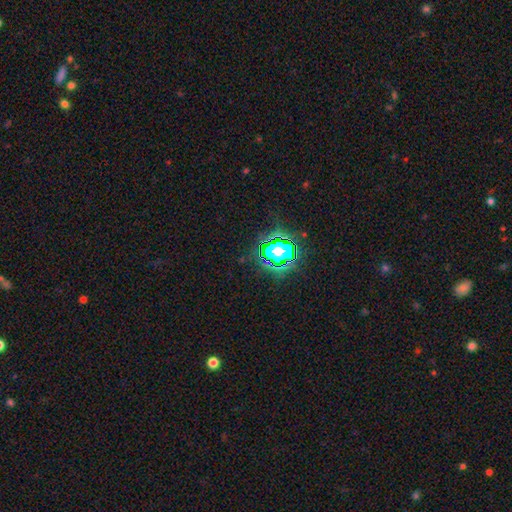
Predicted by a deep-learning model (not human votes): The model was most divided on "smooth or featured": star or artifact: 80%, smooth: 13%, featured or disk: 7%.